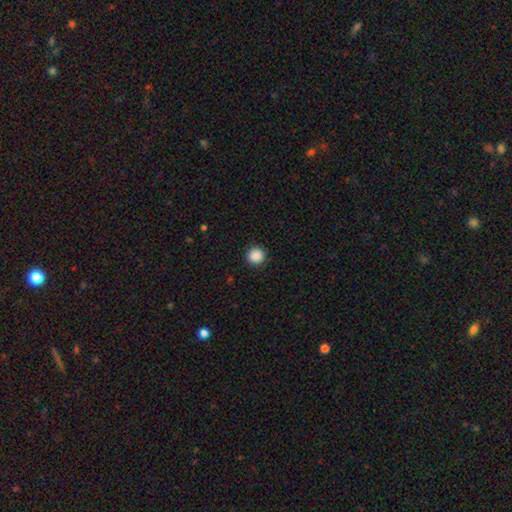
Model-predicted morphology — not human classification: smooth 88%, star or artifact 9%, featured or disk 2%. Down the decision tree: how rounded — round (95%); merging — none (92%).